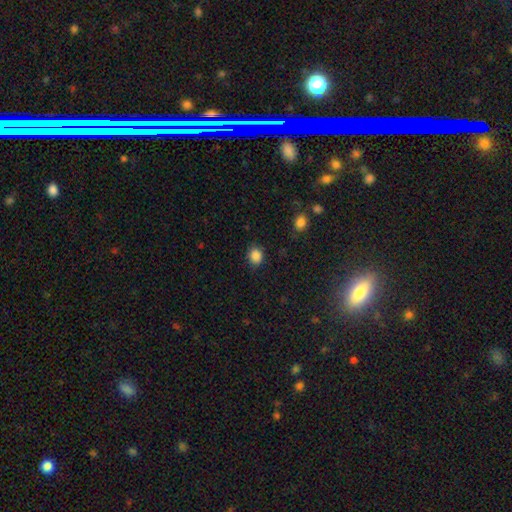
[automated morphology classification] A smooth galaxy with no disk features (87%) that is round (66%).

Vote fractions:
- Smooth or featured? smooth: 87% / star or artifact: 10% / featured or disk: 3%
- How rounded? round: 66% / in between: 33% / cigar-shaped: 1%
- Merging? none: 83% / minor disturbance: 12% / major disturbance: 3% / merger: 1%